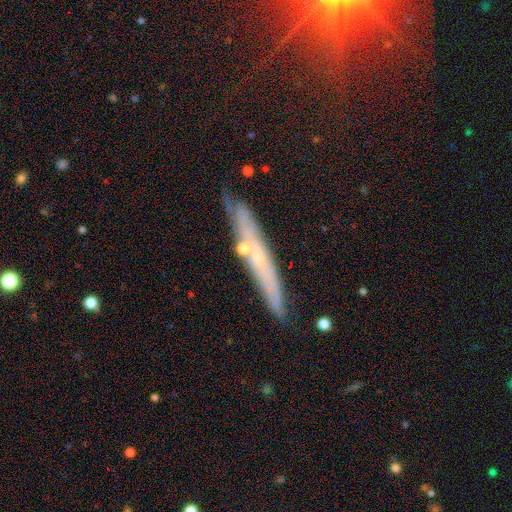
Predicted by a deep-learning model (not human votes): Q: Smooth or featured?
A: featured or disk (54%); runner-up: smooth (36%)
Q: Edge-on disk?
A: yes (83%); runner-up: no (17%)
Q: Merging?
A: none (81%); runner-up: minor disturbance (12%)